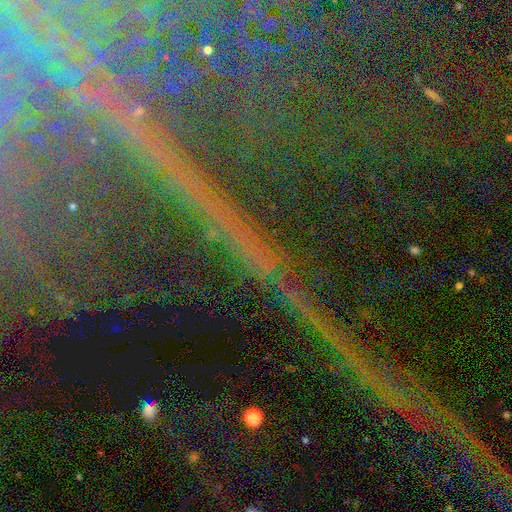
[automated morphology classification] This is clearly a star or artifact rather than a galaxy (82%).